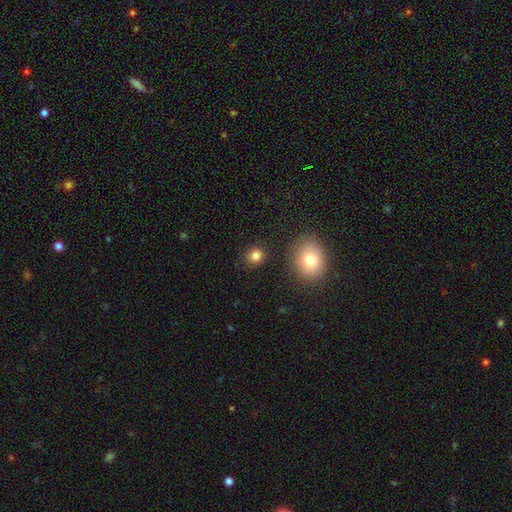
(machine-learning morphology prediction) A smooth galaxy with no disk features (83%) that is round (78%). Merging: none (87%).